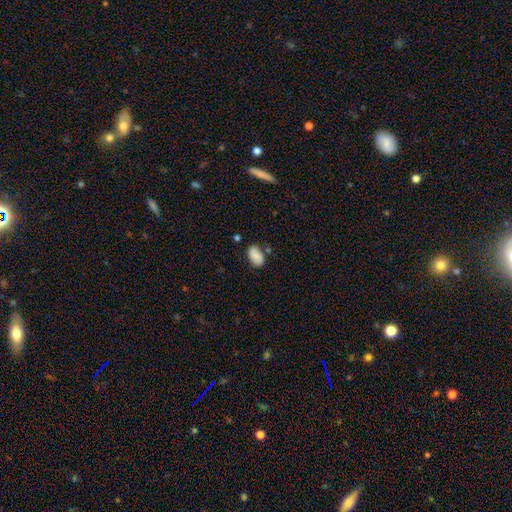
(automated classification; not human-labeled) smooth_or_featured: smooth (p=0.81) [alt: featured or disk p=0.11]
how_rounded: in between (p=0.93) [alt: round p=0.06]
merging: none (p=0.70) [alt: minor disturbance p=0.19]